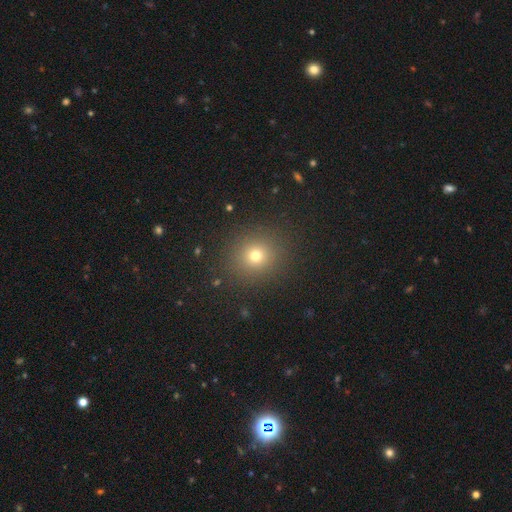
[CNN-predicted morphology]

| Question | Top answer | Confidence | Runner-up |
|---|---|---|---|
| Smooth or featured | smooth | 72% | star or artifact (20%) |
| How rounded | round | 86% | in between (13%) |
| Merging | none | 89% | minor disturbance (7%) |